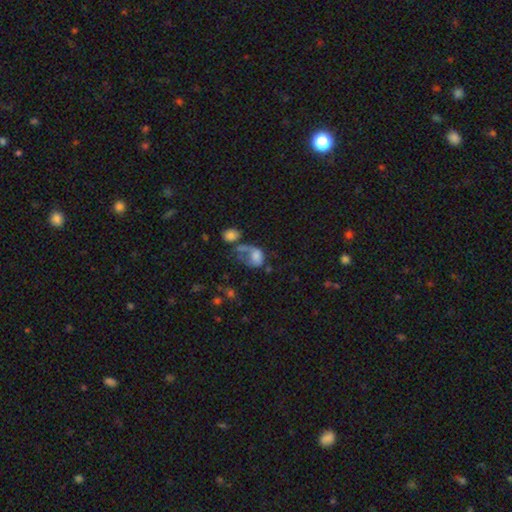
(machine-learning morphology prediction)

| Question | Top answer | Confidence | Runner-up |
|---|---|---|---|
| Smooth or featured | smooth | 60% | featured or disk (28%) |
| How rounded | in between | 66% | round (32%) |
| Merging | major disturbance | 43% | merger (25%) |